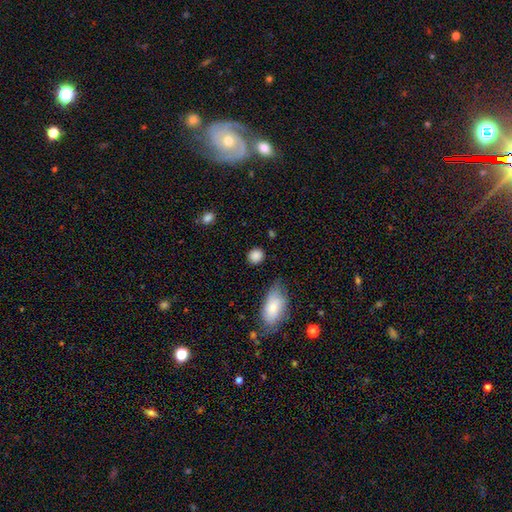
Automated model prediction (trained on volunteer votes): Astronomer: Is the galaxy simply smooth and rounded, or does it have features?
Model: smooth — 87%.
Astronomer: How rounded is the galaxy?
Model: round — 80%.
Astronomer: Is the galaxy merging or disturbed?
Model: none — 83%.